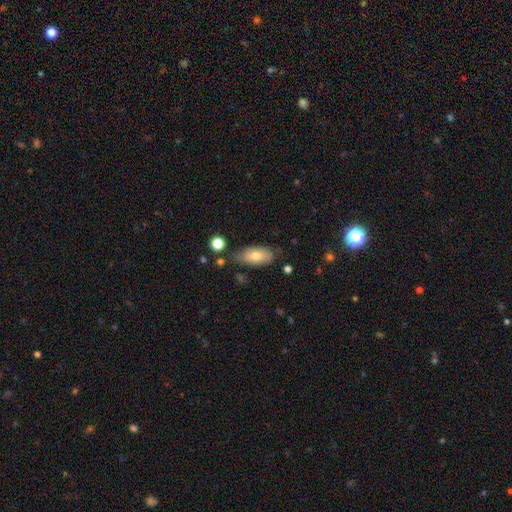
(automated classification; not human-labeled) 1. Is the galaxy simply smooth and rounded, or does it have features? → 70% smooth, 23% featured or disk, 7% star or artifact.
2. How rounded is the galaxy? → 87% in between, 10% cigar-shaped, 3% round.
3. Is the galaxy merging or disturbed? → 69% none, 22% minor disturbance, 5% major disturbance, 4% merger.